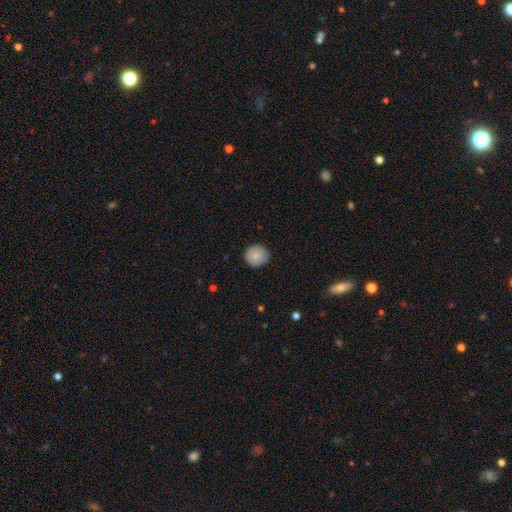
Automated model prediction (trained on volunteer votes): A smooth galaxy with no disk features (86%) that is round (90%).

Vote fractions:
- Smooth or featured? smooth: 86% / featured or disk: 7% / star or artifact: 7%
- How rounded? round: 90% / in between: 9% / cigar-shaped: 1%
- Merging? none: 88% / minor disturbance: 9% / major disturbance: 2% / merger: 1%